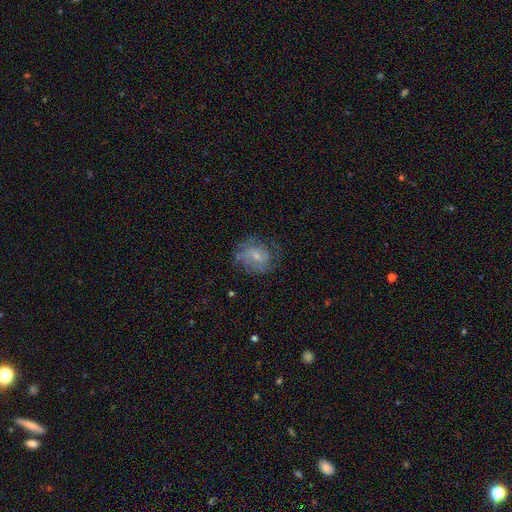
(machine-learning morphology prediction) Smooth or featured? featured or disk (58%)
Edge-on disk? no (97%)
Bar? no (57%)
Spiral arms? yes (76%)
Bulge size? small (56%)
Merging? none (60%)